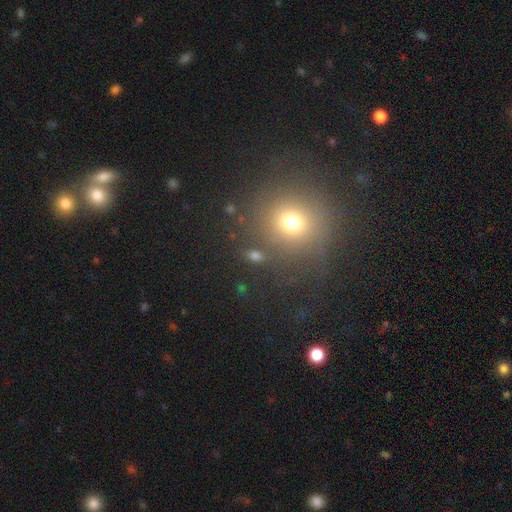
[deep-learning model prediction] Smooth or featured? Predicted: smooth (p=0.65). How rounded? Predicted: round (p=0.64). Merging? Predicted: none (p=0.77).